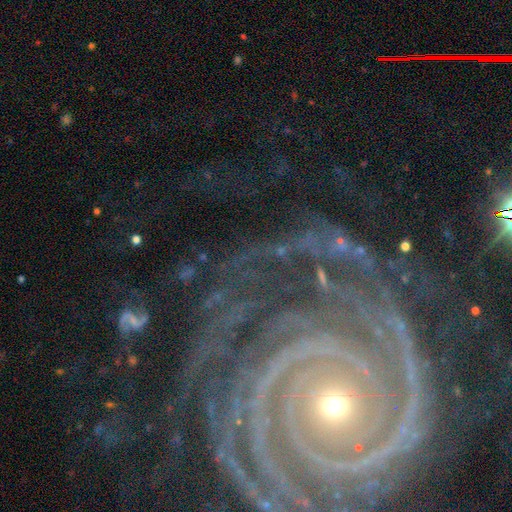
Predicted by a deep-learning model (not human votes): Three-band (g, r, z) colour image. It shows a featured or disk galaxy (90%) with no bar (73%), 2 (23%) tight (87%) spiral arms (98%) and a small central bulge (62%). Merging: none (76%).